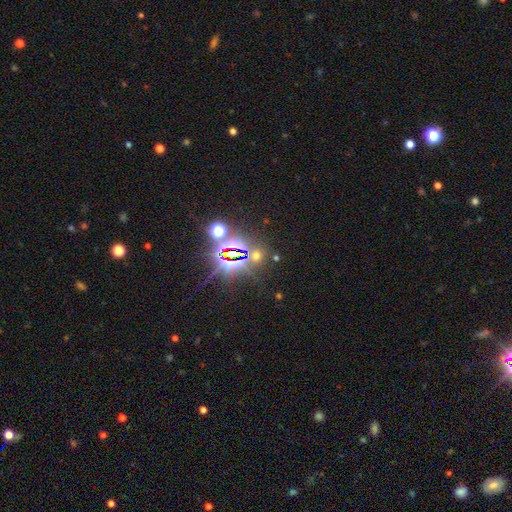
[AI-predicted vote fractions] Smooth or featured? Predicted: star or artifact (p=0.62).